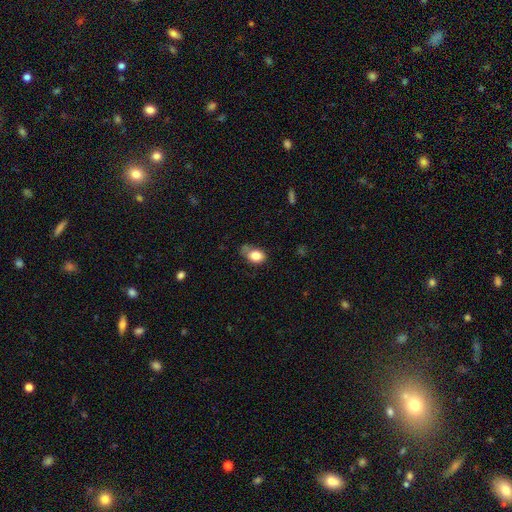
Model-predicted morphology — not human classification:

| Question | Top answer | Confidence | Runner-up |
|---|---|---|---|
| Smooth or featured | smooth | 81% | featured or disk (10%) |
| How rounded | in between | 69% | round (29%) |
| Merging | none | 46% | minor disturbance (37%) |